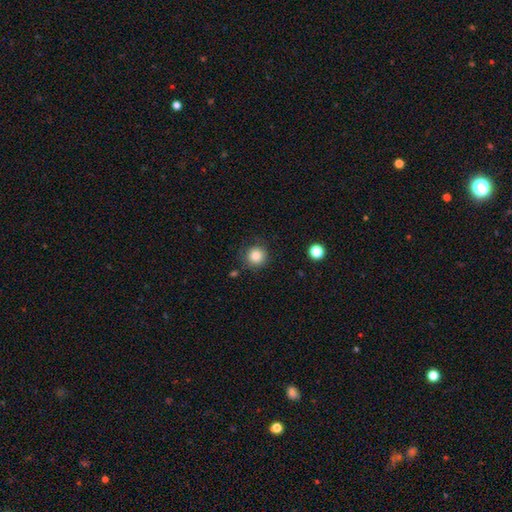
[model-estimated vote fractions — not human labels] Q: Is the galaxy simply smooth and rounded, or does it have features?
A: smooth — 85%.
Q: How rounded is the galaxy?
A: round — 93%.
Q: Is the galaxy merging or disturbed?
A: none — 82%.